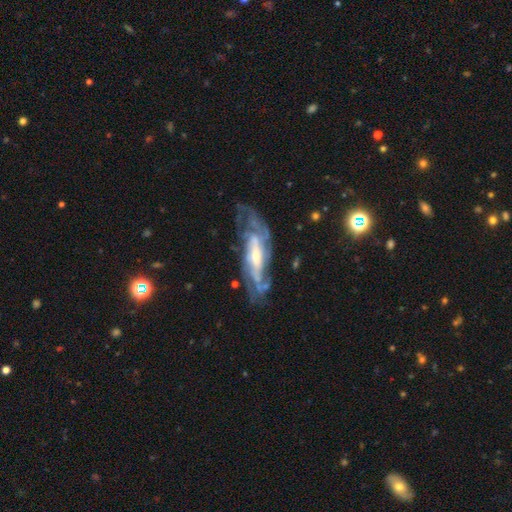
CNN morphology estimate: A featured or disk galaxy (86%) with a weak bar (36%), tight (50%) spiral arms (92%) and a moderate central bulge (52%).

Vote fractions:
- Smooth or featured? featured or disk: 86% / smooth: 8% / star or artifact: 5%
- Edge-on disk? no: 83% / yes: 17%
- Bar? weak: 36% / no: 33% / strong: 31%
- Spiral arms? yes: 92% / no: 8%
- Spiral winding? tight: 50% / medium: 38% / loose: 12%
- Spiral arm count? can't tell: 41% / 2: 25% / 3: 16% / 4: 10% / more than 4: 5% / 1: 4%
- Bulge size? moderate: 52% / small: 36% / large: 9% / none: 2% / dominant: 1%
- Merging? none: 63% / minor disturbance: 20% / major disturbance: 14% / merger: 3%